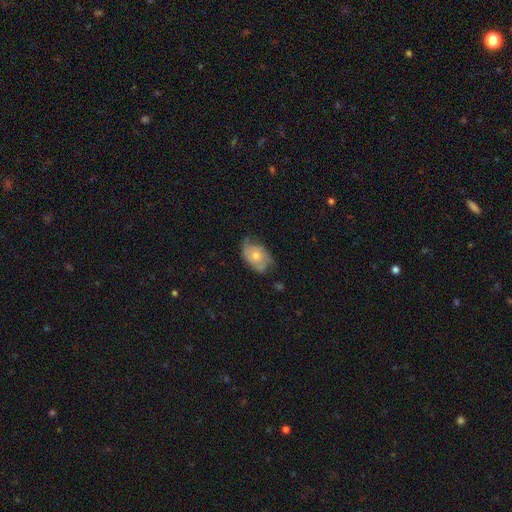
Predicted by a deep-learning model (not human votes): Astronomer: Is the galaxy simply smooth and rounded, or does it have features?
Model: smooth — 47% (runner-up: featured or disk, 46%).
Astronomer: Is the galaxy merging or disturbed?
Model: none — 51% (runner-up: minor disturbance, 34%).